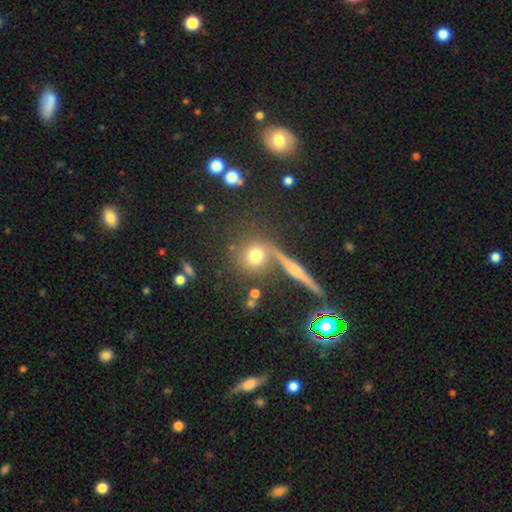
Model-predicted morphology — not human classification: This appears to be a smooth galaxy with no disk features (66%) that is round (83%). Merging: none (65%).